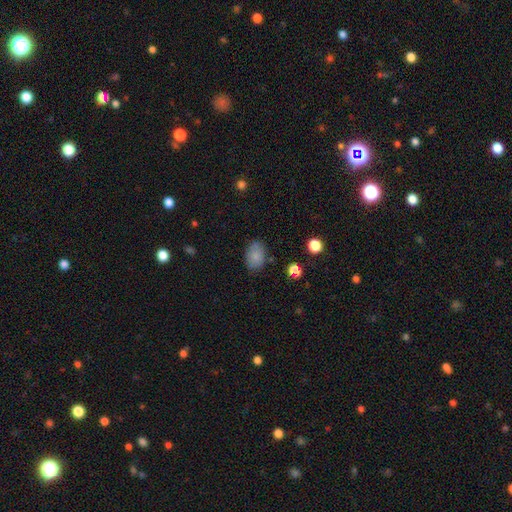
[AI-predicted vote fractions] Smooth or featured? smooth (83%)
How rounded? in between (83%)
Merging? none (78%)